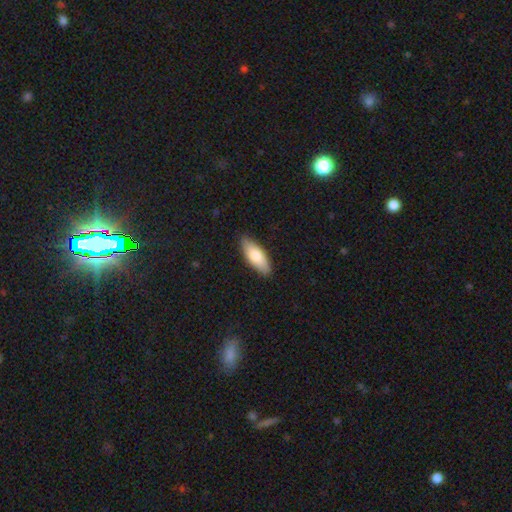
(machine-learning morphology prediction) This appears to be a smooth galaxy with no disk features (78%) that is in between round and cigar-shaped (72%). Merging: none (87%).